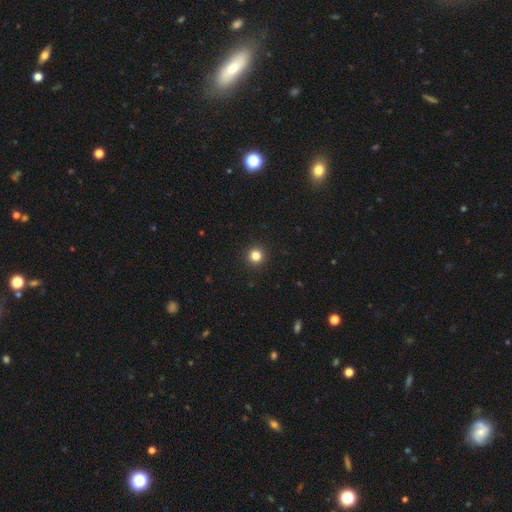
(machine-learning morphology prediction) Smooth or featured: smooth — 83% (star or artifact — 13%)
How rounded: round — 96% (in between — 4%)
Merging: none — 94% (minor disturbance — 4%)